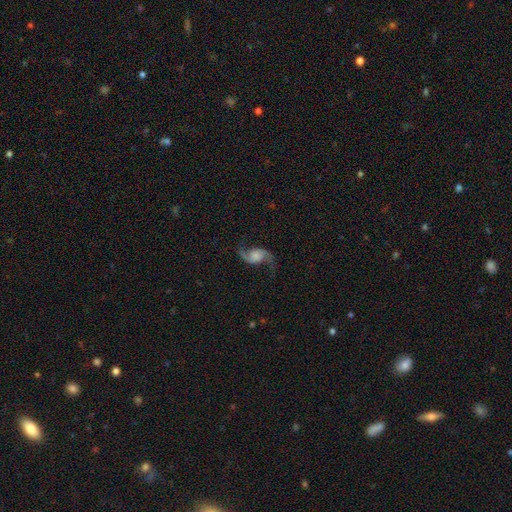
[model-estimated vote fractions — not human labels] featured or disk 87%, smooth 7%, star or artifact 6%. Down the decision tree: edge-on disk — no (97%); bar — no (65%); spiral arms — yes (97%); spiral arm count — 2 (94%); spiral winding — loose (78%); bulge size — none (35%); merging — none (77%).